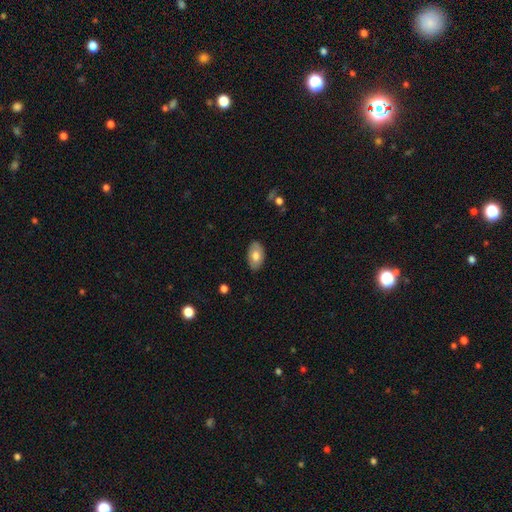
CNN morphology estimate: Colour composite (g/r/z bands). It shows a smooth galaxy with no disk features (71%) that is in between round and cigar-shaped (93%). Merging: none (85%).